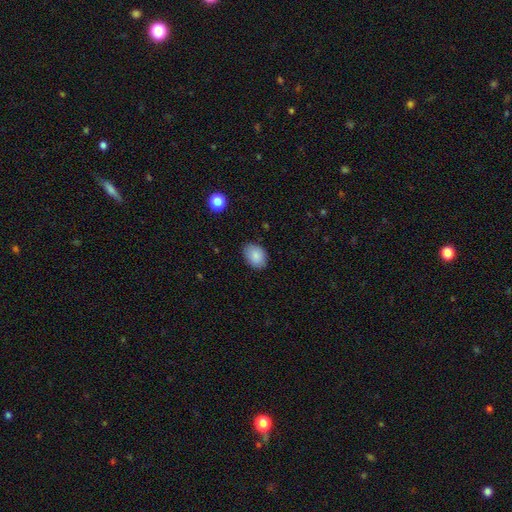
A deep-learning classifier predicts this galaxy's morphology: A smooth galaxy with no disk features (88%) that is in between round and cigar-shaped (80%). Merging: none (83%).